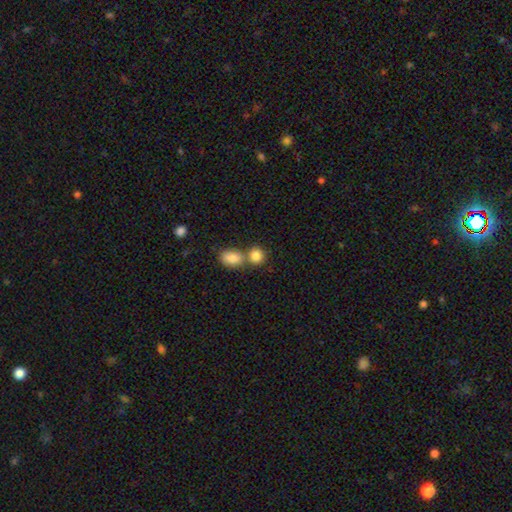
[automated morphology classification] This is clearly a smooth galaxy (85%). How rounded: likely round (69%). Merging: possibly merger (45%, tied with none).